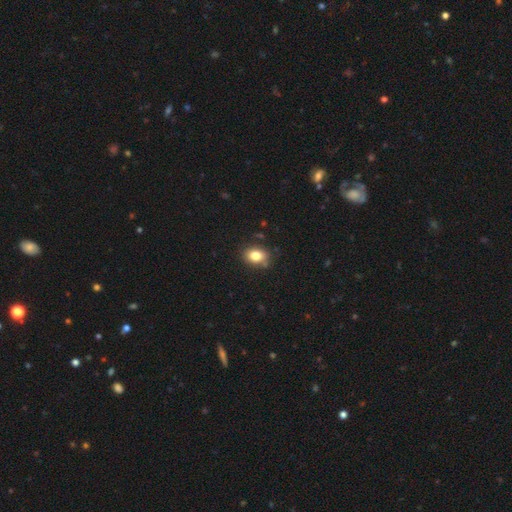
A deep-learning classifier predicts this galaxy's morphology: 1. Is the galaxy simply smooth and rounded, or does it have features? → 82% smooth, 10% star or artifact, 9% featured or disk.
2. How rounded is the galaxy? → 68% in between, 31% round, 1% cigar-shaped.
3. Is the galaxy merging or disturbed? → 81% none, 13% minor disturbance, 4% merger, 3% major disturbance.